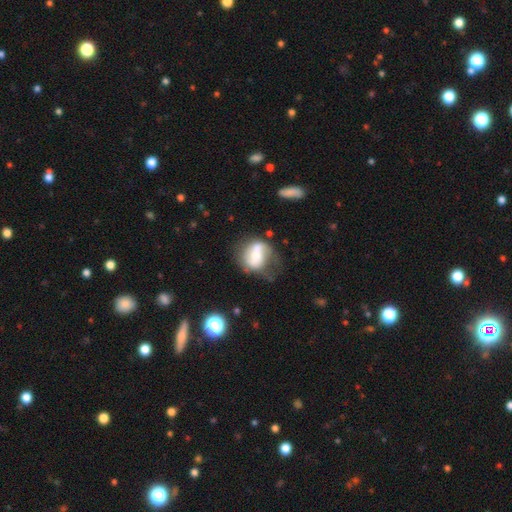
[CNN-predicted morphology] type=featured or disk (52%); edge-on=no (96%); merging=none (38%).